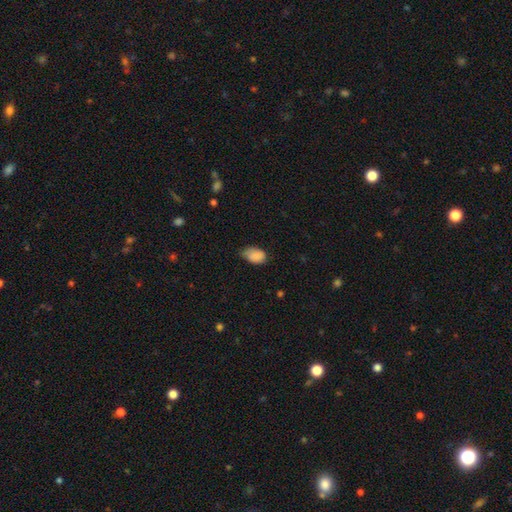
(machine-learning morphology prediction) This appears to be a smooth galaxy with no disk features (84%) that is in between round and cigar-shaped (87%). Merging: minor disturbance (44%, tied with none).